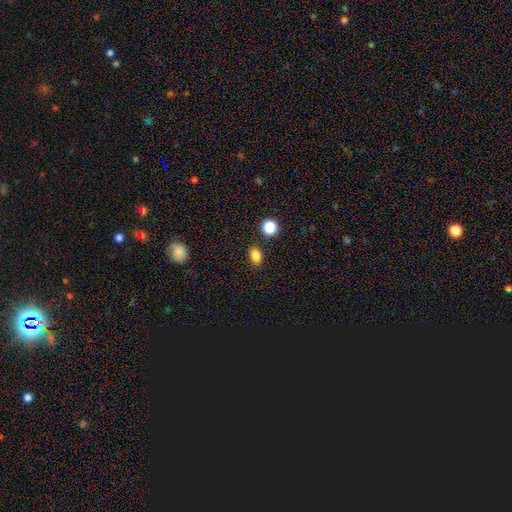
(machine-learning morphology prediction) smooth-or-featured: smooth: 83% | star or artifact: 12% | featured or disk: 4%
  how-rounded: in between: 67% | round: 31% | cigar-shaped: 1%
  merging: none: 86% | minor disturbance: 9% | merger: 3% | major disturbance: 3%